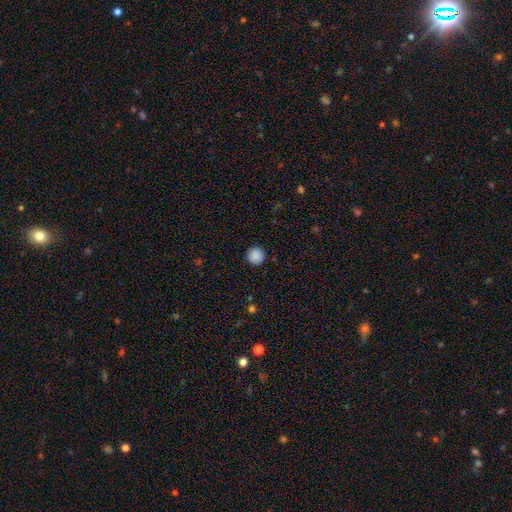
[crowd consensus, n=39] This is clearly a smooth galaxy (90%). How rounded: clearly round (97%). Merging: clearly none (91%).